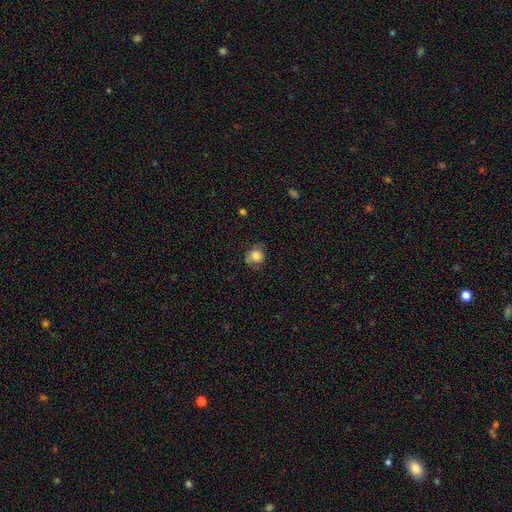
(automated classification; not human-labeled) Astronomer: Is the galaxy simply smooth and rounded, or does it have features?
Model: smooth — 79%.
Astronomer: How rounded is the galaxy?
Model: round — 72%.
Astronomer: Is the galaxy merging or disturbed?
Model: none — 61%.